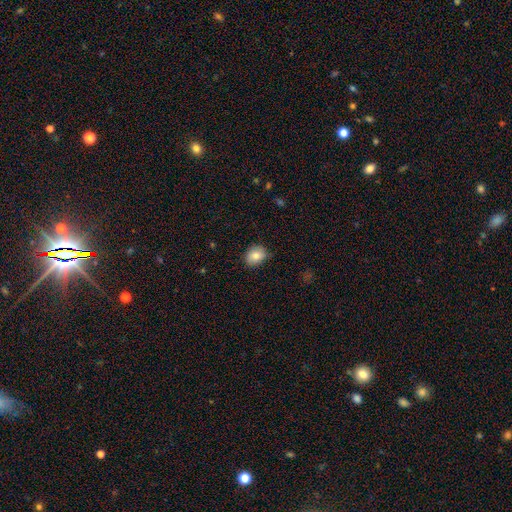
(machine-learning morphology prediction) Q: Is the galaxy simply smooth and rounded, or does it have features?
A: smooth — 80%.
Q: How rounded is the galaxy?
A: round — 51%.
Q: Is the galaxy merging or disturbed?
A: none — 77%.